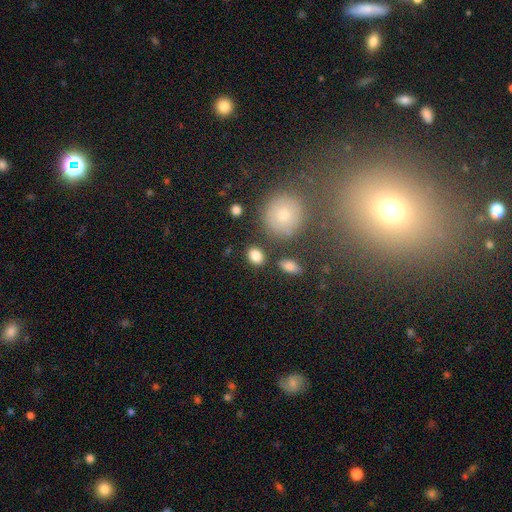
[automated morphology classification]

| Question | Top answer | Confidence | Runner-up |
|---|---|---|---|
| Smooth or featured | smooth | 84% | star or artifact (9%) |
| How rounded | in between | 60% | round (39%) |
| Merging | none | 79% | minor disturbance (11%) |